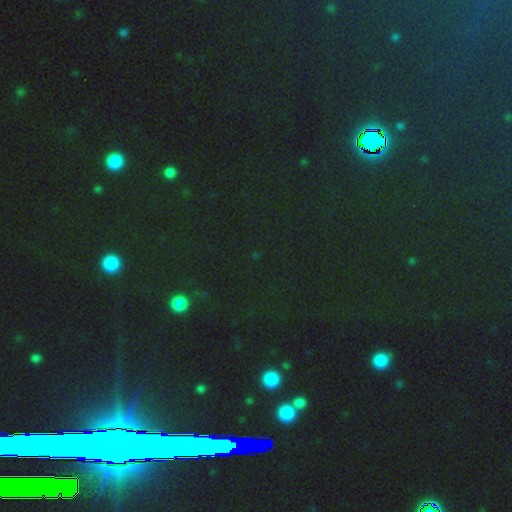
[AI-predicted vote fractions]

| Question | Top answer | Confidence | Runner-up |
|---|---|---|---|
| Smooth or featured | star or artifact | 80% | smooth (12%) |